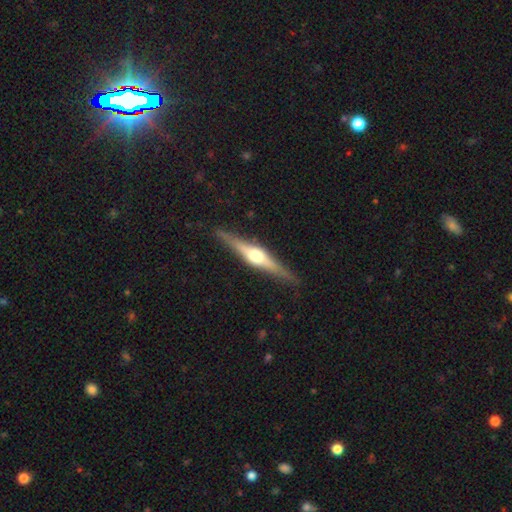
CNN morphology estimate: The model was most divided on "smooth or featured": featured or disk: 78%, smooth: 17%, star or artifact: 5%. More confident: edge-on disk — yes (98%); edge-on bulge — rounded (91%); merging — none (89%).